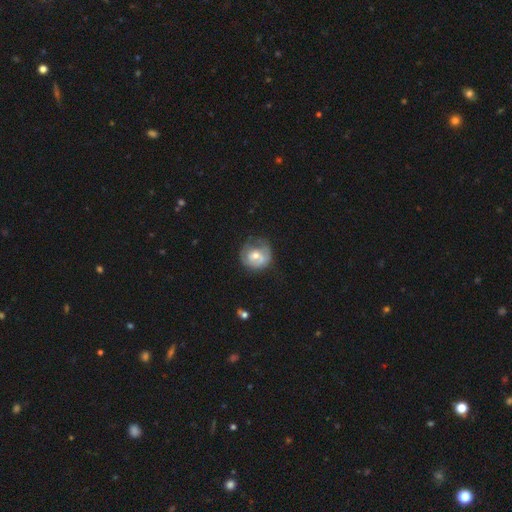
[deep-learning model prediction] smooth_or_featured: featured or disk (p=0.49) [alt: smooth p=0.44]
merging: none (p=0.52) [alt: minor disturbance p=0.29]